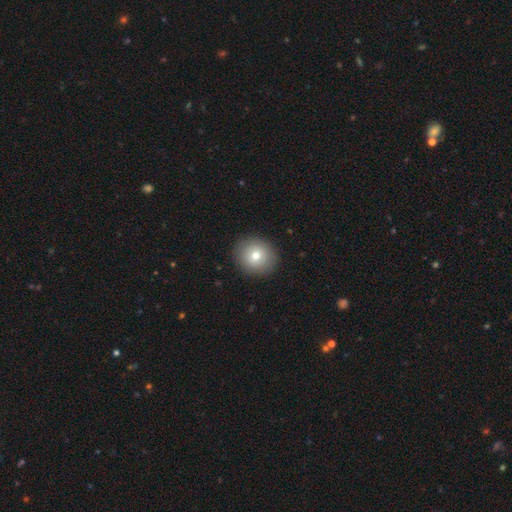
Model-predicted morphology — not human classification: Q: Smooth or featured?
A: smooth (76%); runner-up: featured or disk (14%)
Q: How rounded?
A: round (89%); runner-up: in between (10%)
Q: Merging?
A: none (90%); runner-up: minor disturbance (6%)